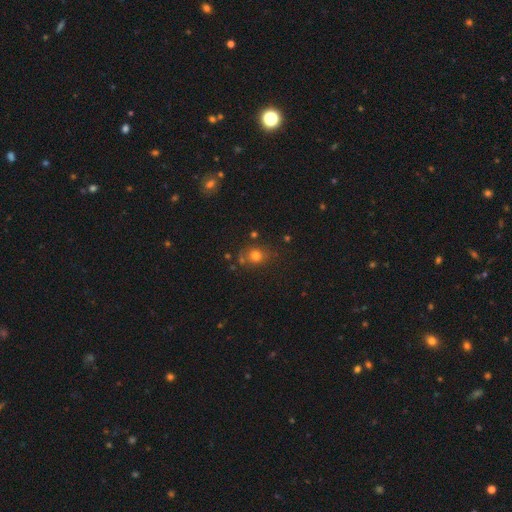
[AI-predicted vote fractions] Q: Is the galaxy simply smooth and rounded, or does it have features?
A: smooth — 74%.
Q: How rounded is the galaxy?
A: round — 75%.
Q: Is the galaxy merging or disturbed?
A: none — 72%.